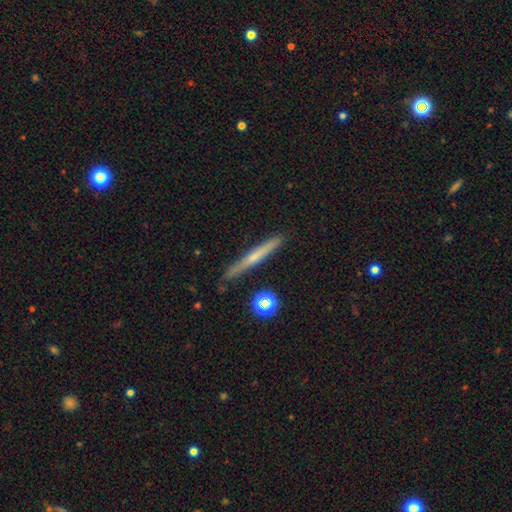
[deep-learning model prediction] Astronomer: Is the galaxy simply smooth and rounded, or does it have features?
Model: featured or disk — 50% (runner-up: smooth, 44%).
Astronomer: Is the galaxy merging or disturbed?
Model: none — 88%.